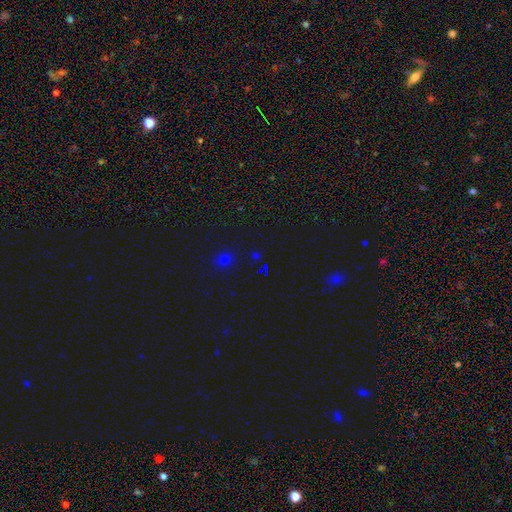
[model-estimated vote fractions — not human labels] smooth_or_featured: star or artifact (p=0.58) [alt: smooth p=0.35]